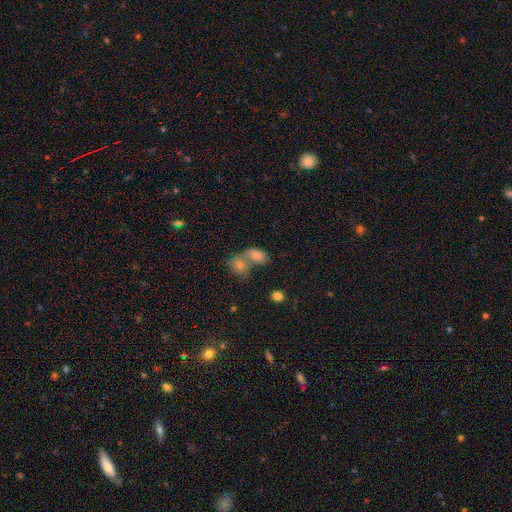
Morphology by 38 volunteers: Smooth or featured? smooth (82%)
How rounded? in between (87%)
Merging? merger (68%)